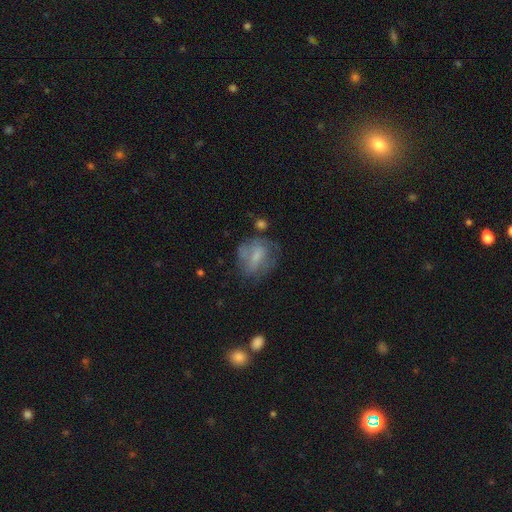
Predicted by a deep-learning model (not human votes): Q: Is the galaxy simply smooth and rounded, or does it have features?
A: smooth — 46%.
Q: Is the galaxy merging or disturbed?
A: none — 49%.